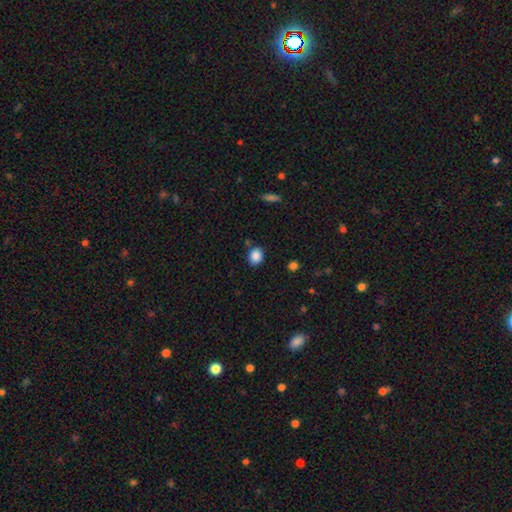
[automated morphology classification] Q: Smooth or featured?
A: smooth (87%); runner-up: star or artifact (9%)
Q: How rounded?
A: round (58%); runner-up: in between (41%)
Q: Merging?
A: none (80%); runner-up: minor disturbance (12%)